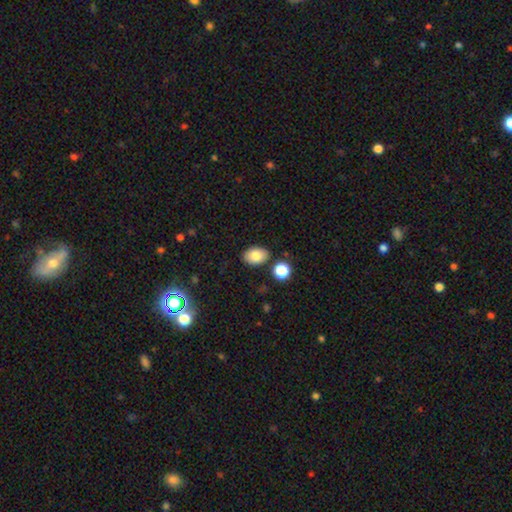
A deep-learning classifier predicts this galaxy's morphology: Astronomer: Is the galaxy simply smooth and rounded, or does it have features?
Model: smooth — 83%.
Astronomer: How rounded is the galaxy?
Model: in between — 84%.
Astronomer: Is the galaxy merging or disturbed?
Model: none — 84%.